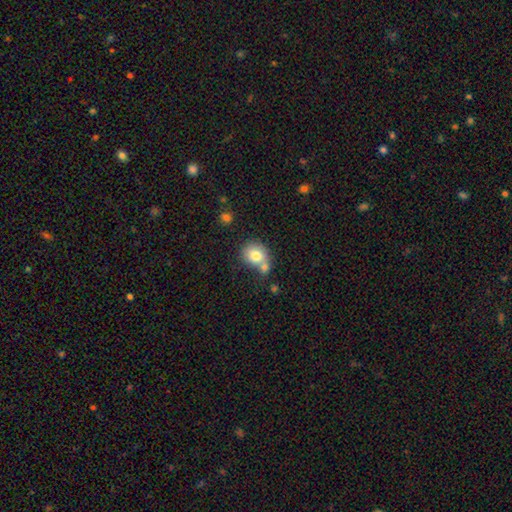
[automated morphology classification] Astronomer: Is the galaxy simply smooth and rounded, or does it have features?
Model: smooth — 77%.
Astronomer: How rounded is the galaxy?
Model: round — 72%.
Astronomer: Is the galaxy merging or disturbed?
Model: none — 41% (runner-up: merger, 40%).